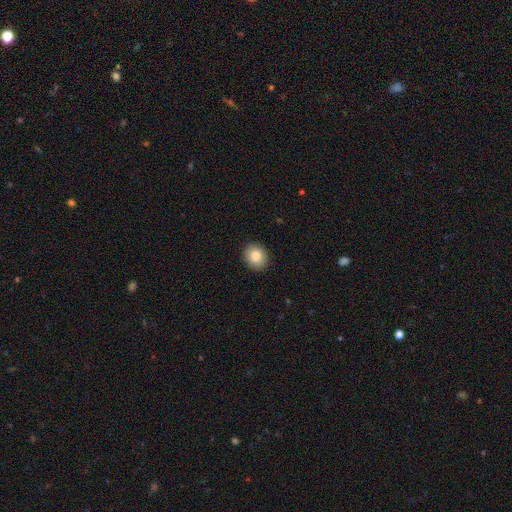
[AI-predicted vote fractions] The model was most divided on "how rounded": round: 72%, in between: 27%, cigar-shaped: 1%. More confident: merging — none (92%); smooth or featured — smooth (82%).